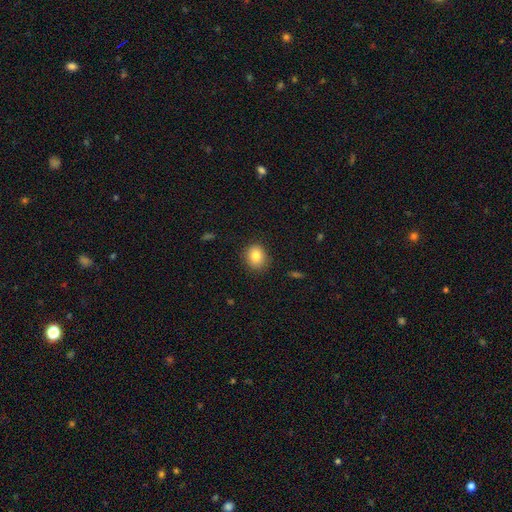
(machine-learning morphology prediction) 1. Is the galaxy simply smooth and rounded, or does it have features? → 83% smooth, 10% star or artifact, 8% featured or disk.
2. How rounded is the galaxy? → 63% round, 36% in between, 1% cigar-shaped.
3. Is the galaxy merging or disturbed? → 87% none, 10% minor disturbance, 3% major disturbance, 1% merger.